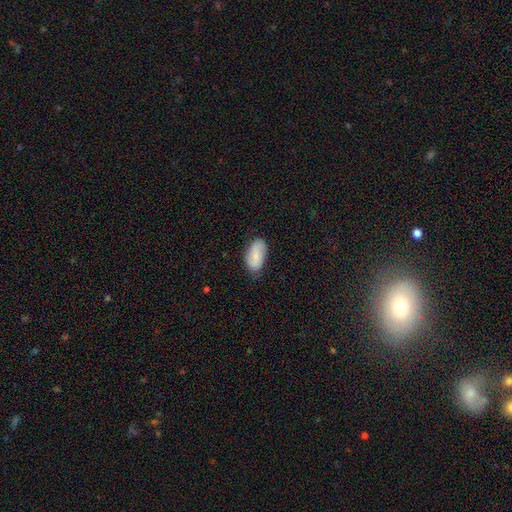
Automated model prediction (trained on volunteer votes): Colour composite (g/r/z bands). It shows a smooth galaxy with no disk features (68%) that is in between round and cigar-shaped (94%). Merging: none (76%).